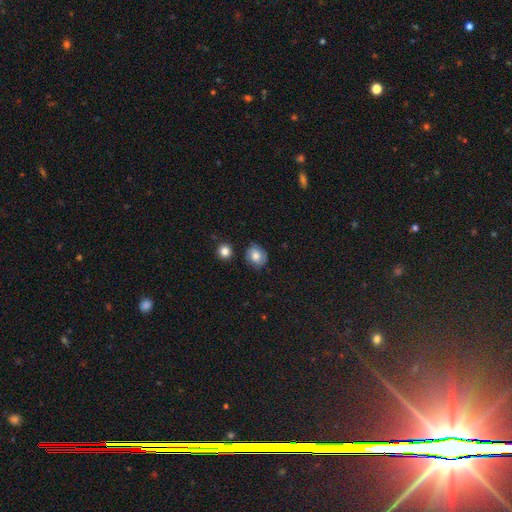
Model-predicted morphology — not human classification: Smooth or featured: smooth — 65% (featured or disk — 25%)
How rounded: round — 68% (in between — 31%)
Merging: none — 75% (minor disturbance — 18%)